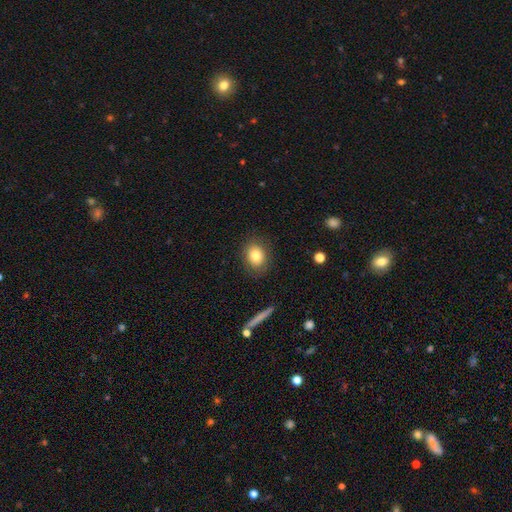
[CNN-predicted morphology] Smooth or featured? Predicted: smooth (p=0.80). How rounded? Predicted: round (p=0.54). Merging? Predicted: none (p=0.85).